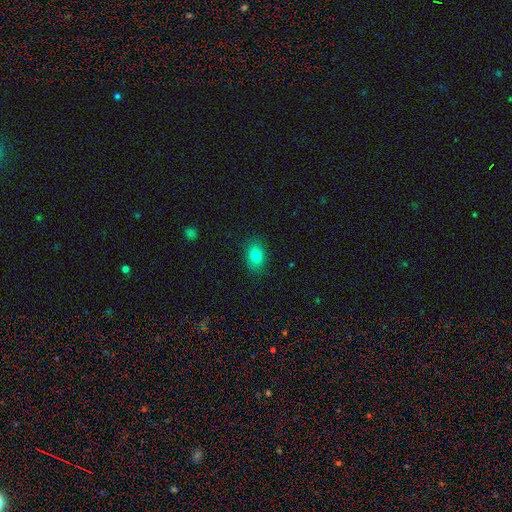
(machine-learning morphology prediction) Q: Smooth or featured?
A: smooth (80%); runner-up: star or artifact (10%)
Q: How rounded?
A: in between (77%); runner-up: round (22%)
Q: Merging?
A: none (83%); runner-up: minor disturbance (12%)